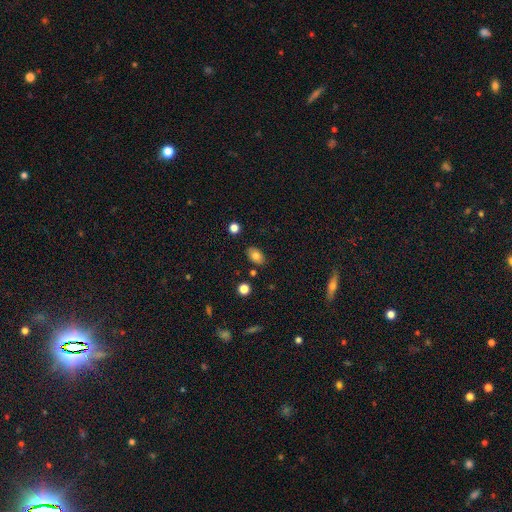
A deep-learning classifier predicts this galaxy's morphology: type=smooth (80%); roundness=in between (86%); merging=none (84%).